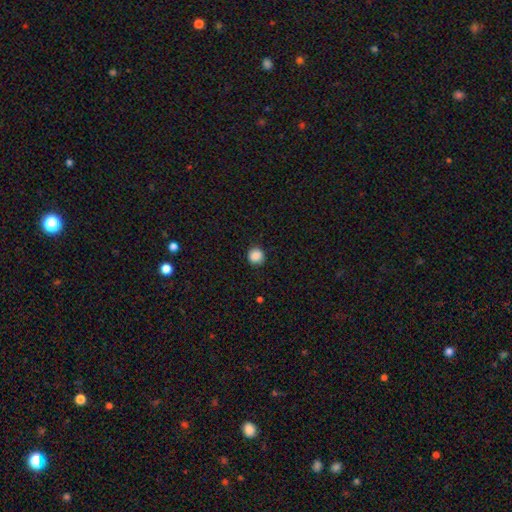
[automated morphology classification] The model was most divided on "smooth or featured": smooth: 88%, star or artifact: 10%, featured or disk: 2%. More confident: how rounded — round (94%); merging — none (91%).